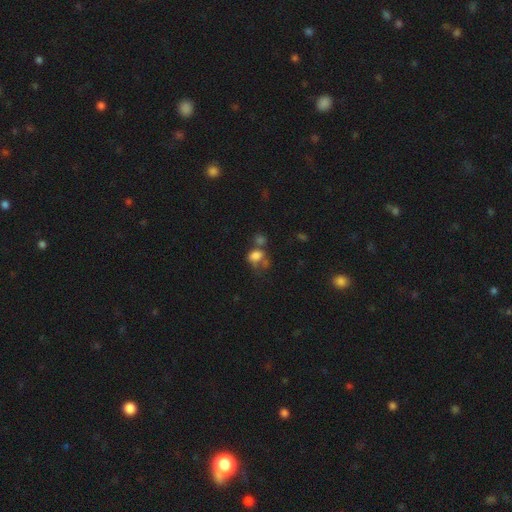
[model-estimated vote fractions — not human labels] The model was most divided on "merging" (2-way tie): merger: 31%, none: 31%, major disturbance: 20%, minor disturbance: 18%. More confident: smooth or featured — smooth (71%); how rounded — in between (64%).